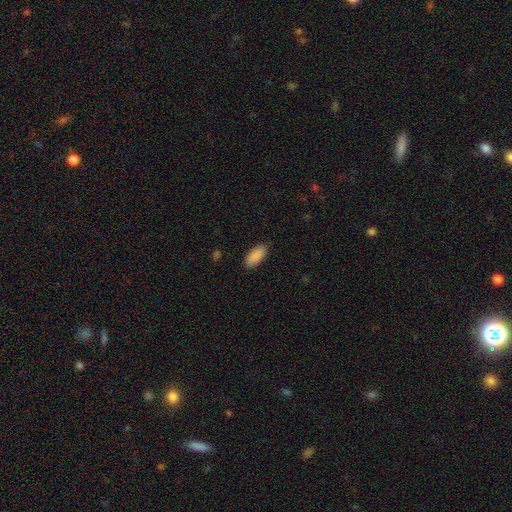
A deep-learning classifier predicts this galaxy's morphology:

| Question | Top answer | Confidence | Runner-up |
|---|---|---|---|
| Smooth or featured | smooth | 90% | star or artifact (6%) |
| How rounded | in between | 90% | cigar-shaped (8%) |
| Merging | none | 84% | minor disturbance (13%) |